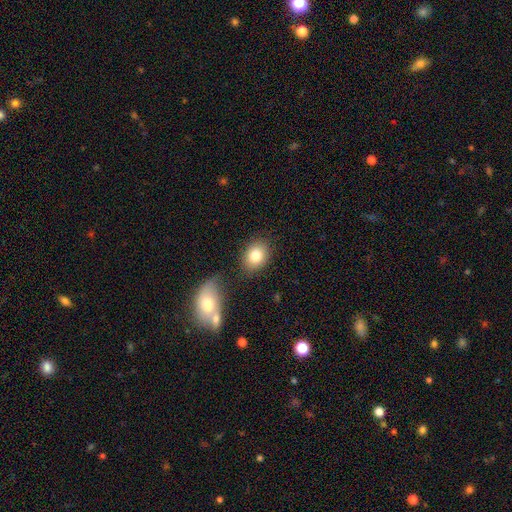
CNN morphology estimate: Smooth or featured? smooth (81%)
How rounded? in between (62%)
Merging? none (77%)